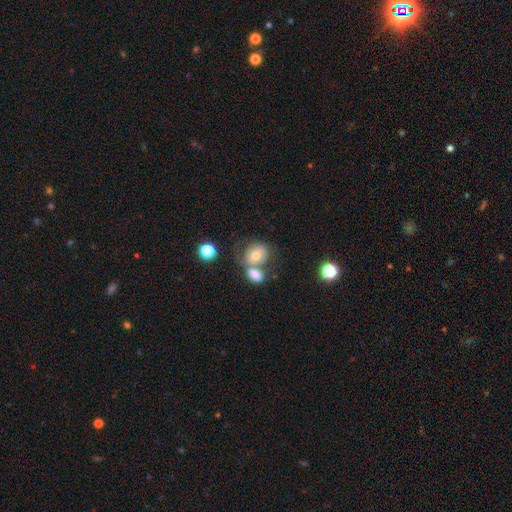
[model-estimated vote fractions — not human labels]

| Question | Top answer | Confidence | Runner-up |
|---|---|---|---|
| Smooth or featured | smooth | 52% | featured or disk (28%) |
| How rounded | round | 66% | in between (32%) |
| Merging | none | 45% | merger (40%) |